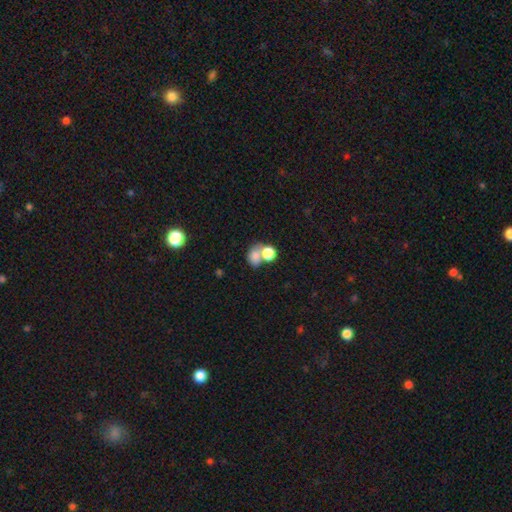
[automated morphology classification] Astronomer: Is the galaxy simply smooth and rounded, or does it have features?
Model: smooth — 75%.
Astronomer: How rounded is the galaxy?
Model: in between — 50% (runner-up: round, 48%).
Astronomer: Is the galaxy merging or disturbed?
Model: merger — 56%.